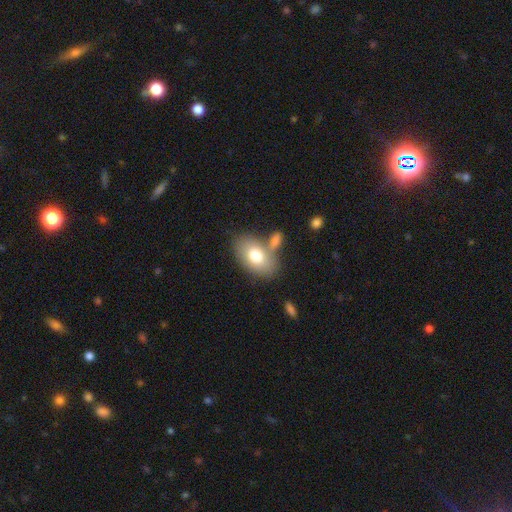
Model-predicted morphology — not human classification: This is likely a smooth galaxy (75%). How rounded: clearly in between (90%). Merging: possibly none (58%).